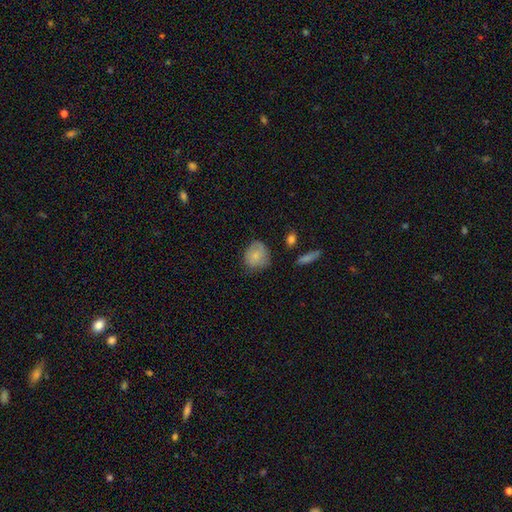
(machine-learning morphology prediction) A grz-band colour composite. It shows a smooth galaxy with no disk features (78%) that is round (68%). Merging: none (63%).